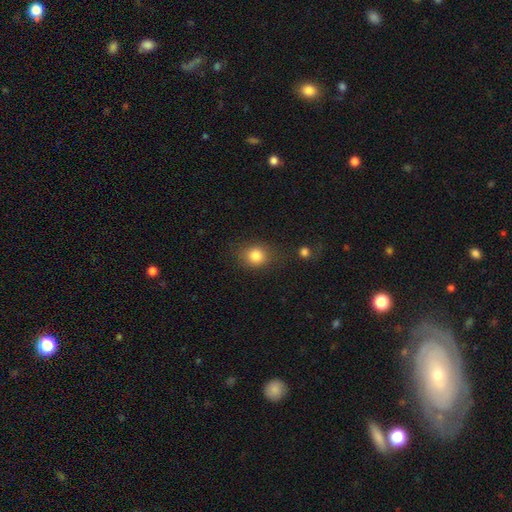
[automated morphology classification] Smooth or featured? smooth (83%)
How rounded? round (72%)
Merging? none (77%)